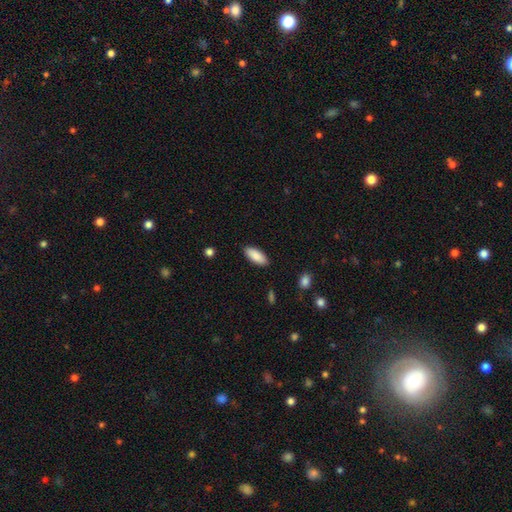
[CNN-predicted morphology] smooth_or_featured: smooth (p=0.89) [alt: star or artifact p=0.06]
how_rounded: in between (p=0.82) [alt: cigar-shaped p=0.17]
merging: none (p=0.89) [alt: minor disturbance p=0.08]